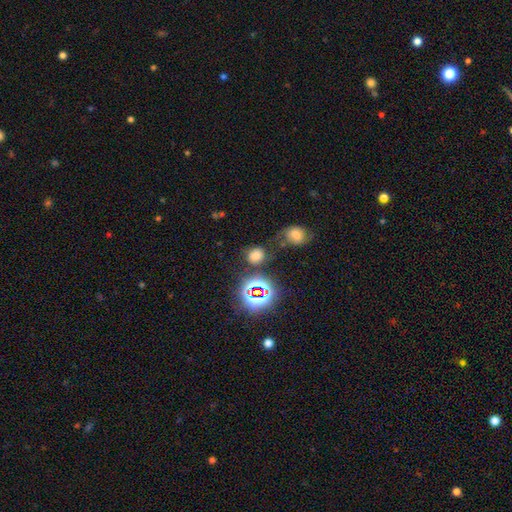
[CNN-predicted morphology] Q: Smooth or featured?
A: smooth (62%); runner-up: star or artifact (31%)
Q: How rounded?
A: round (61%); runner-up: in between (38%)
Q: Merging?
A: none (67%); runner-up: minor disturbance (17%)